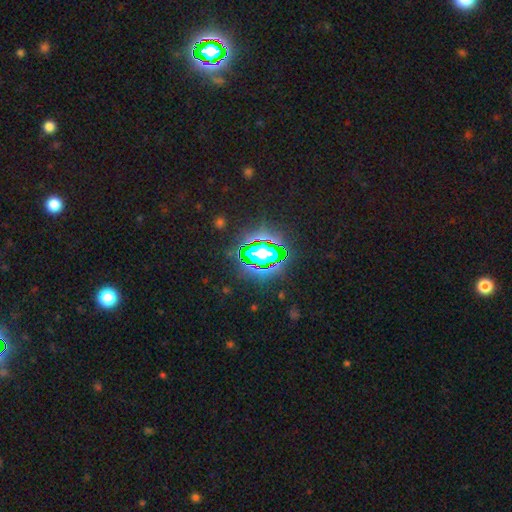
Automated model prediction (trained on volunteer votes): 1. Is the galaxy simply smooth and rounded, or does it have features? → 83% star or artifact, 11% smooth, 7% featured or disk.